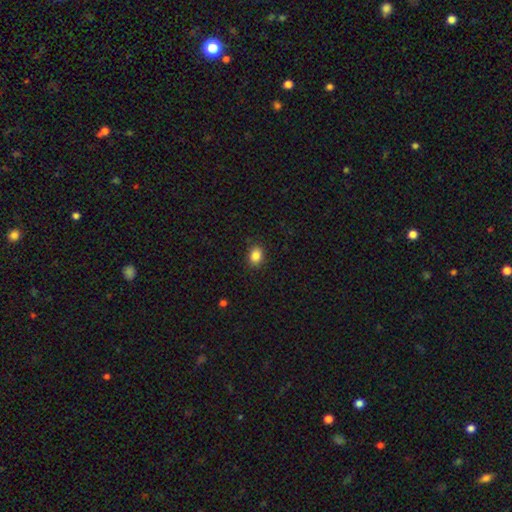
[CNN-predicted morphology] smooth-or-featured: smooth: 86% | star or artifact: 10% | featured or disk: 4%
  how-rounded: in between: 57% | round: 42% | cigar-shaped: 1%
  merging: none: 88% | minor disturbance: 9% | major disturbance: 2% | merger: 1%